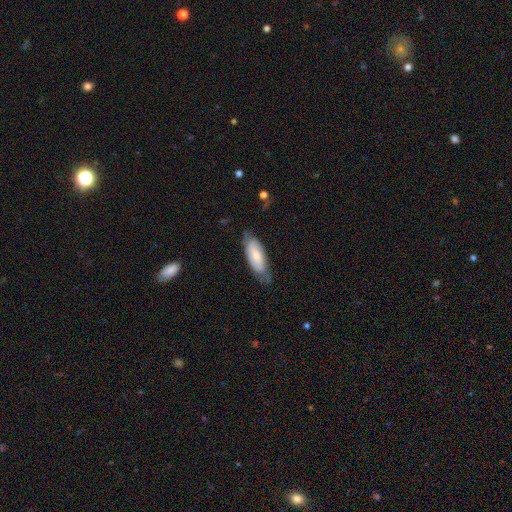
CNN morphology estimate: smooth 73%, featured or disk 22%, star or artifact 6%. Down the decision tree: how rounded — in between (73%); merging — none (61%).